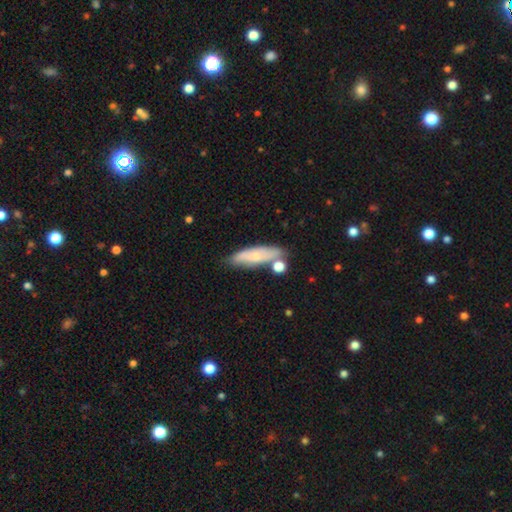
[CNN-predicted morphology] The model was most divided on "how rounded": cigar-shaped: 52%, in between: 45%, round: 3%. More confident: merging — none (65%); smooth or featured — smooth (52%).